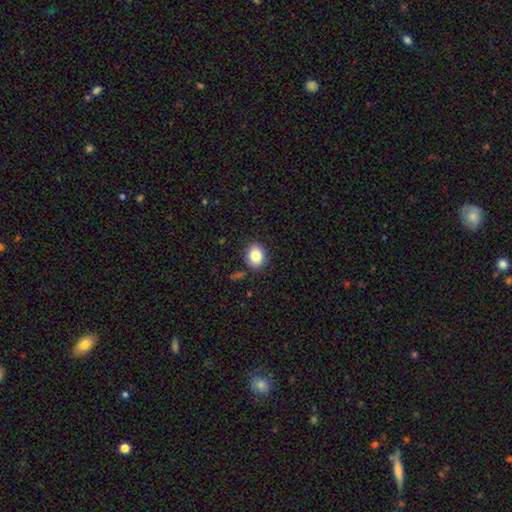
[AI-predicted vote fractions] smooth_or_featured: smooth (p=0.82) [alt: star or artifact p=0.09]
how_rounded: round (p=0.59) [alt: in between p=0.40]
merging: none (p=0.86) [alt: minor disturbance p=0.09]